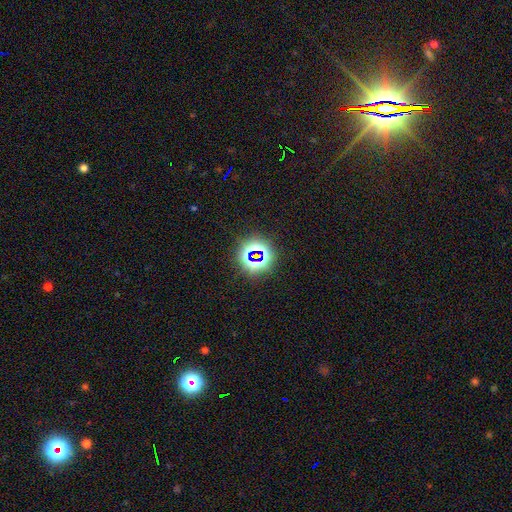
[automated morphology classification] Smooth or featured?
  - star or artifact: 70% *
  - smooth: 21%
  - featured or disk: 9%